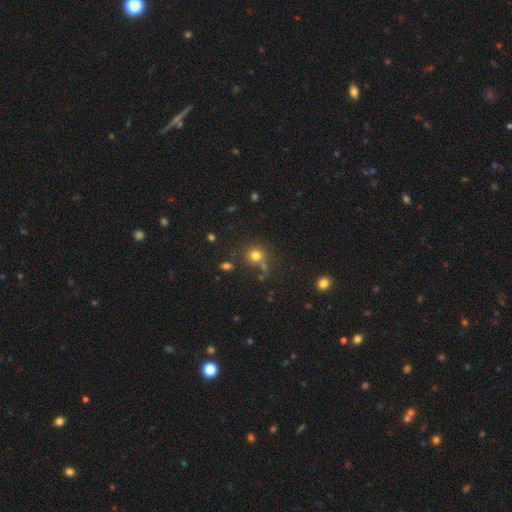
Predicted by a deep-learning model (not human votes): Overall: smooth (75%). How rounded: round (86%). Merging: none (68%).